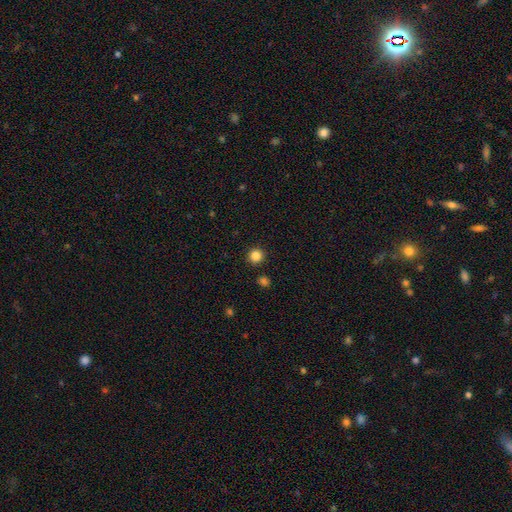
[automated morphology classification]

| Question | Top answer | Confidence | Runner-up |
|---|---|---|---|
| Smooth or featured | smooth | 85% | star or artifact (12%) |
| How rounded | round | 94% | in between (5%) |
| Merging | none | 91% | minor disturbance (5%) |